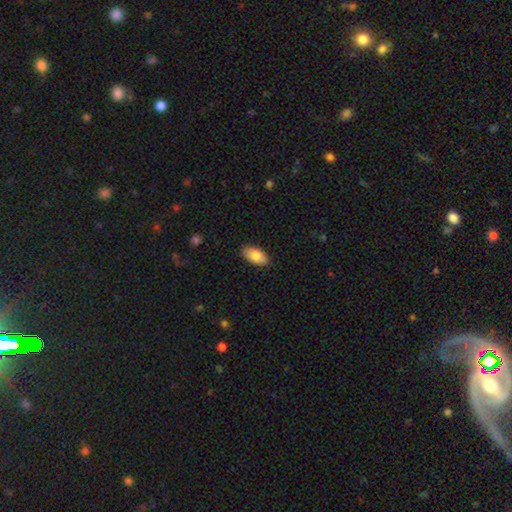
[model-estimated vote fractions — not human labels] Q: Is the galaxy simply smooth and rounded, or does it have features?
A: smooth — 85%.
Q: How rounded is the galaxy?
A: in between — 94%.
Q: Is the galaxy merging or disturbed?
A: none — 88%.